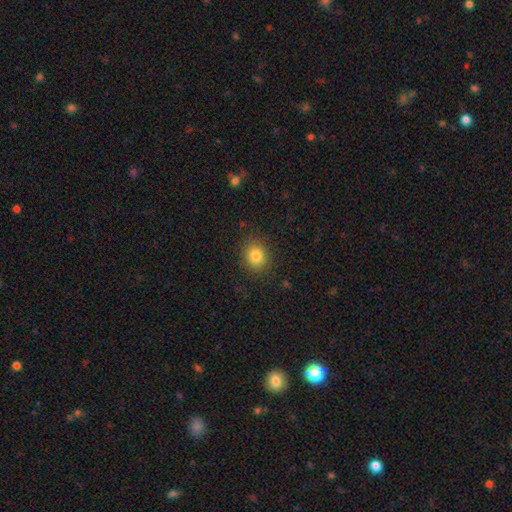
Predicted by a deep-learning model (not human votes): smooth-or-featured: smooth: 82% | star or artifact: 11% | featured or disk: 7%
  how-rounded: round: 69% | in between: 30% | cigar-shaped: 1%
  merging: none: 87% | minor disturbance: 9% | major disturbance: 3% | merger: 1%